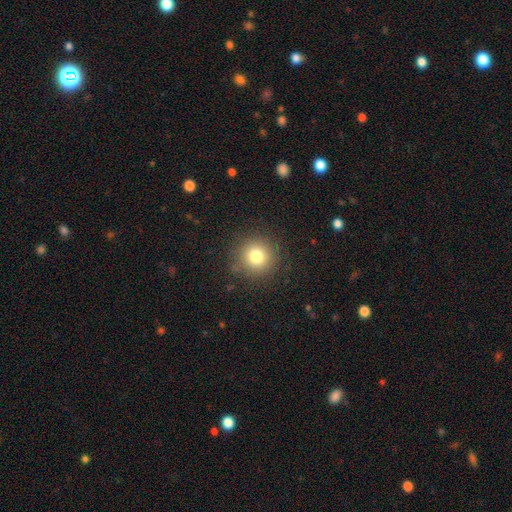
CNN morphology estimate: Overall: smooth (76%). How rounded: round (94%). Merging: none (91%).